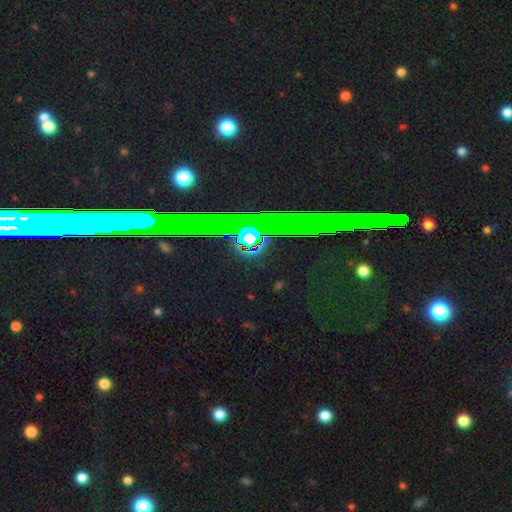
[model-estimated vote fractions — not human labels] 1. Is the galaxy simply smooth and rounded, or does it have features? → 73% star or artifact, 17% featured or disk, 10% smooth.